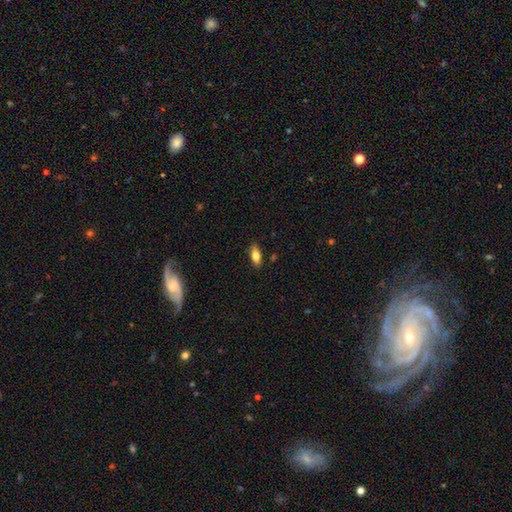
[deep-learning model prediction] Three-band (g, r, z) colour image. It shows a smooth galaxy with no disk features (70%) that is in between round and cigar-shaped (76%). Merging: none (87%).